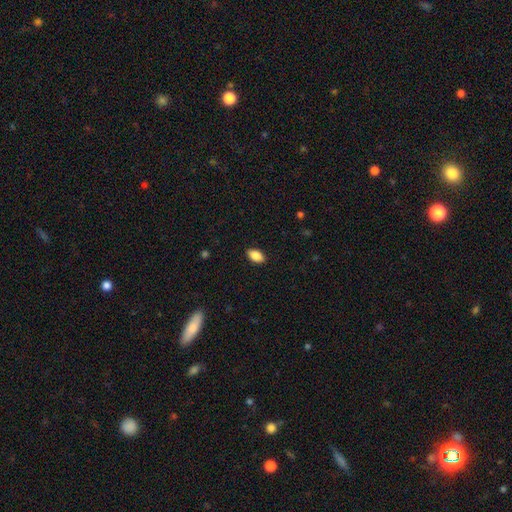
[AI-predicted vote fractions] smooth_or_featured: smooth (p=0.86) [alt: star or artifact p=0.07]
how_rounded: in between (p=0.91) [alt: round p=0.05]
merging: none (p=0.88) [alt: minor disturbance p=0.09]